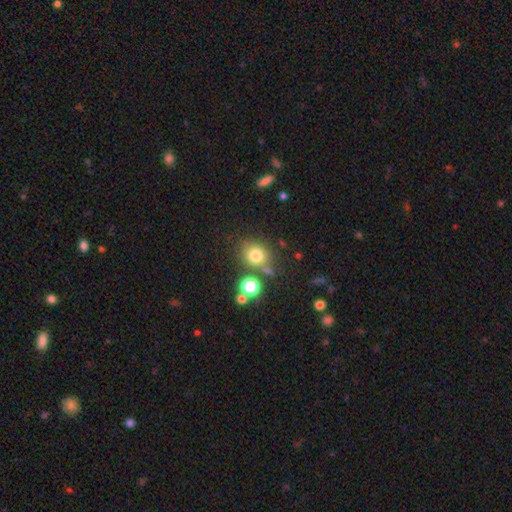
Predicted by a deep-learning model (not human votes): smooth_or_featured: smooth (p=0.76) [alt: star or artifact p=0.15]
how_rounded: round (p=0.74) [alt: in between p=0.24]
merging: none (p=0.66) [alt: minor disturbance p=0.14]